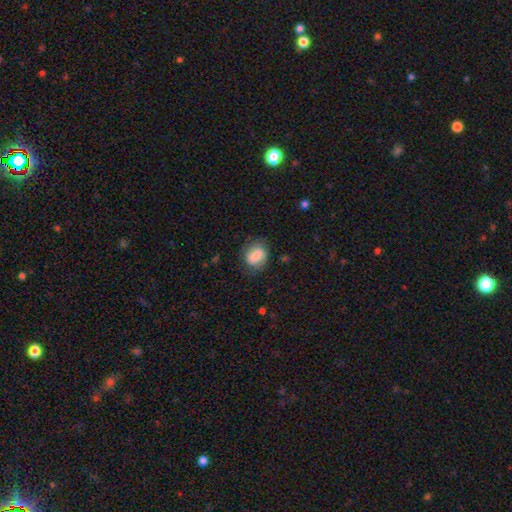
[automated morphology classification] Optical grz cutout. It shows a smooth galaxy with no disk features (74%) that is in between round and cigar-shaped (56%). Merging: none (70%).